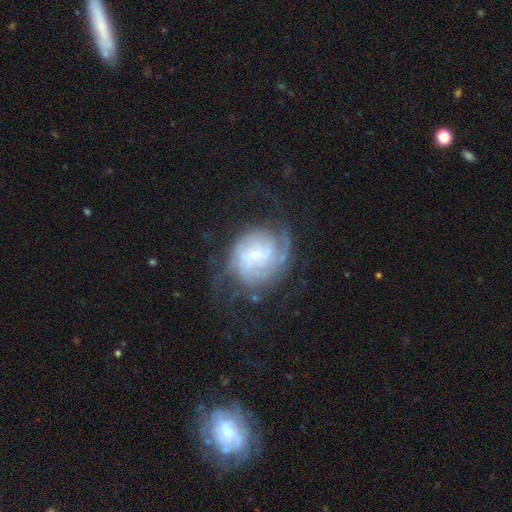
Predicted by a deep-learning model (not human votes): This appears to be a featured or disk galaxy (78%) with no bar (49%), tight (54%) spiral arms (92%) and a small central bulge (70%). Merging: none (57%).